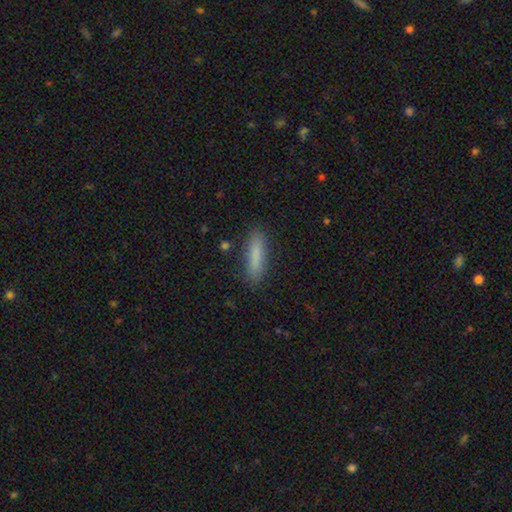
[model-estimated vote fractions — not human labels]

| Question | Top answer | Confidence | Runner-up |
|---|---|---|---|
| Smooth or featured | smooth | 85% | featured or disk (8%) |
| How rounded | cigar-shaped | 74% | in between (25%) |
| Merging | none | 87% | minor disturbance (10%) |